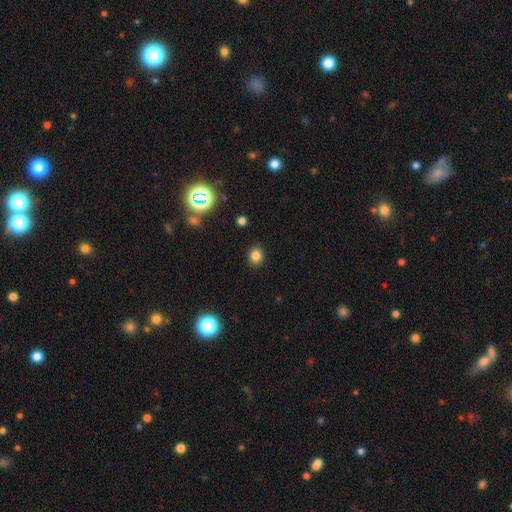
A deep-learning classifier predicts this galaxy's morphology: Overall: smooth (81%). How rounded: round (63%; in between 36%). Merging: none (89%).